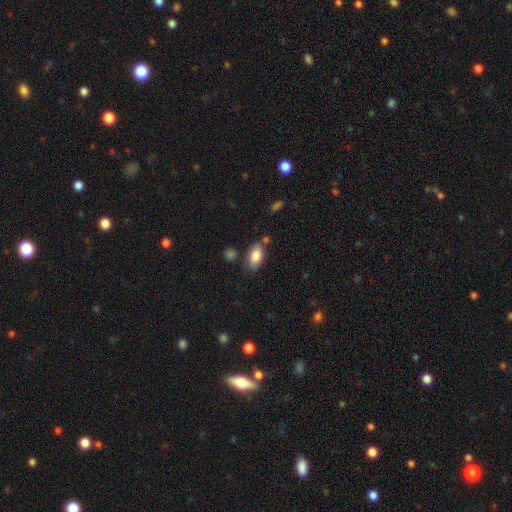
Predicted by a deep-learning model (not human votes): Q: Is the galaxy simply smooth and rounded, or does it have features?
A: smooth — 84%.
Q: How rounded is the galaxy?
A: in between — 91%.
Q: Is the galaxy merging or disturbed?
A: none — 69%.